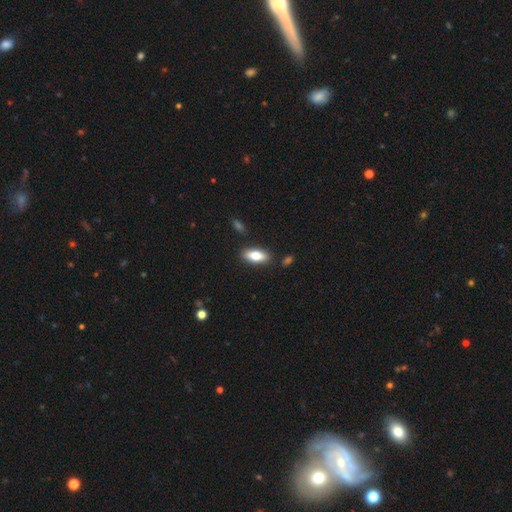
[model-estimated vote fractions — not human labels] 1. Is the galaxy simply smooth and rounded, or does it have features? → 73% smooth, 20% featured or disk, 7% star or artifact.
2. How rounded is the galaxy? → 80% in between, 17% cigar-shaped, 3% round.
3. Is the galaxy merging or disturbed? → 86% none, 9% minor disturbance, 3% merger, 2% major disturbance.